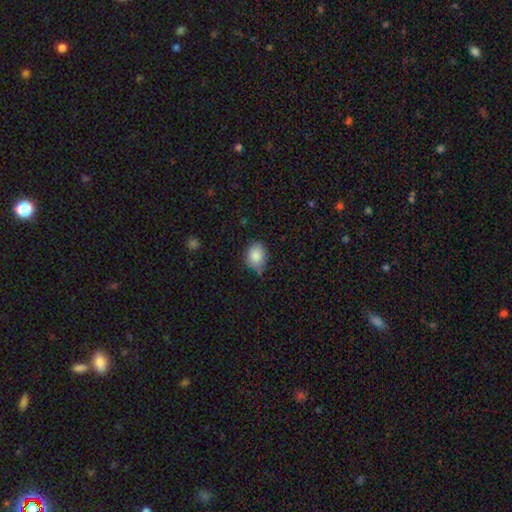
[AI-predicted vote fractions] Morphology: type=smooth (86%); roundness=in between (58%); merging=none (65%).